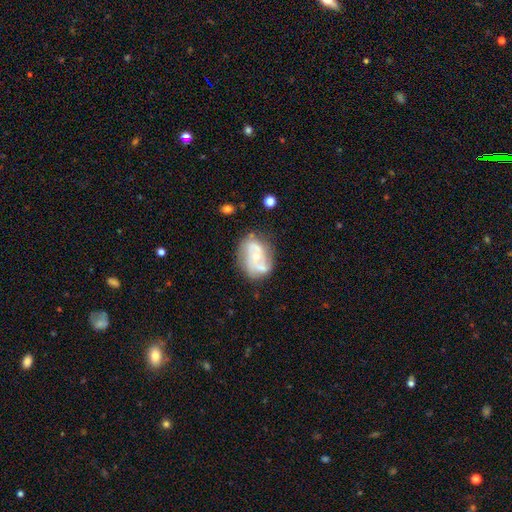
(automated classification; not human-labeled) This is likely a featured or disk galaxy (71%). It is clearly not viewed edge-on (97%). Bar: likely no (71%). Spiral arm pattern: likely yes (76%). Spiral arm count: possibly 2 (53%). Spiral winding: marginally medium (43%). Central bulge: possibly small (53%). Merging: possibly none (56%).